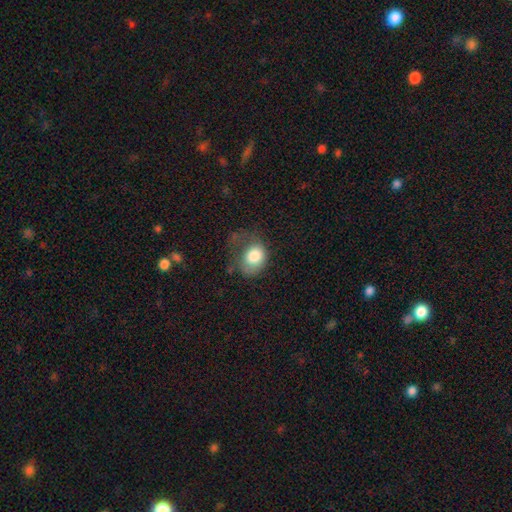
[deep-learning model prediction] smooth 77%, featured or disk 15%, star or artifact 8%. Down the decision tree: how rounded — in between (58%); merging — major disturbance (42%).